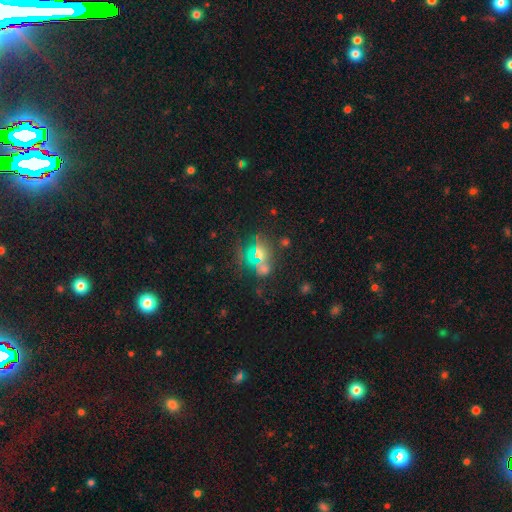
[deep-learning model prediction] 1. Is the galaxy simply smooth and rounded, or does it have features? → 47% smooth, 36% star or artifact, 17% featured or disk.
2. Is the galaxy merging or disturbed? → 61% none, 18% merger, 13% minor disturbance, 8% major disturbance.